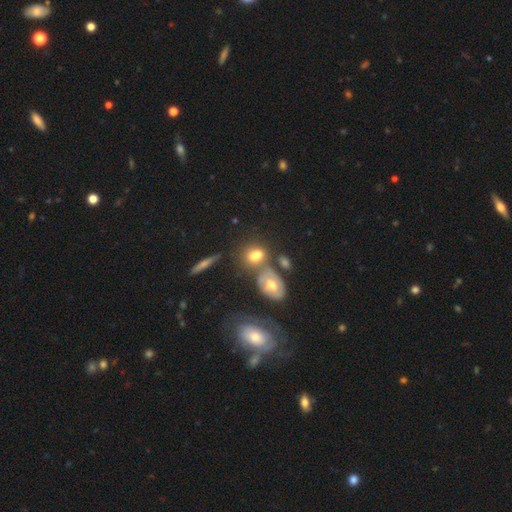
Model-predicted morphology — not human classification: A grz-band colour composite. It shows a smooth galaxy with no disk features (66%) that is in between round and cigar-shaped (67%). Merging: none (40%).